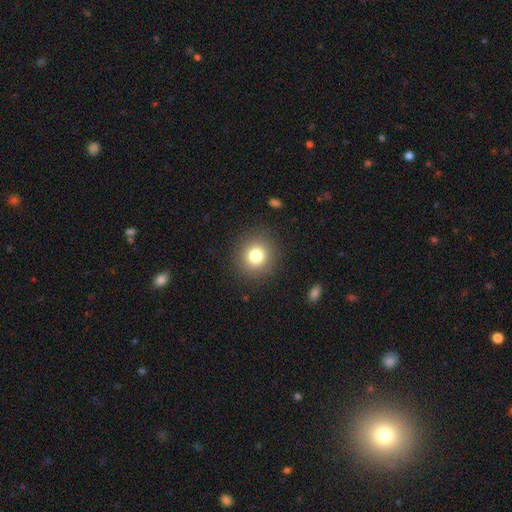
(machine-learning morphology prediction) A smooth galaxy with no disk features (79%) that is round (91%). Merging: none (90%).